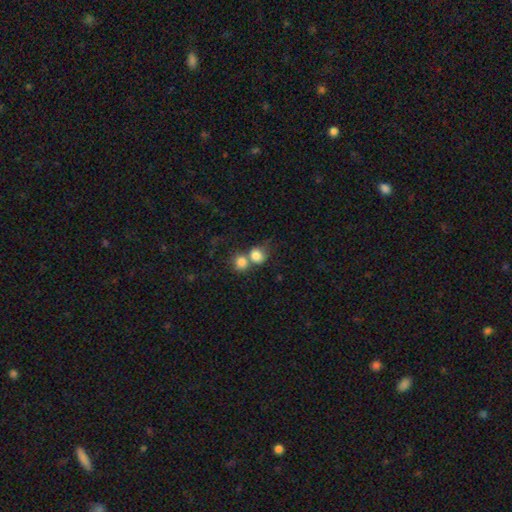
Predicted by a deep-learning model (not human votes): This is clearly a smooth galaxy (80%). How rounded: likely round (75%). Merging: possibly merger (56%).